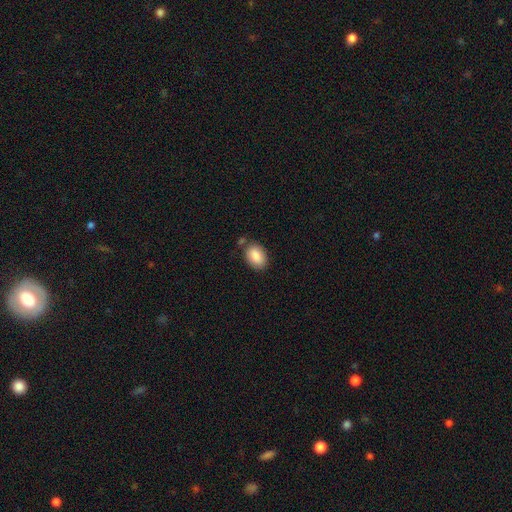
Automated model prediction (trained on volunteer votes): Overall: smooth (87%). How rounded: in between (83%). Merging: none (73%).